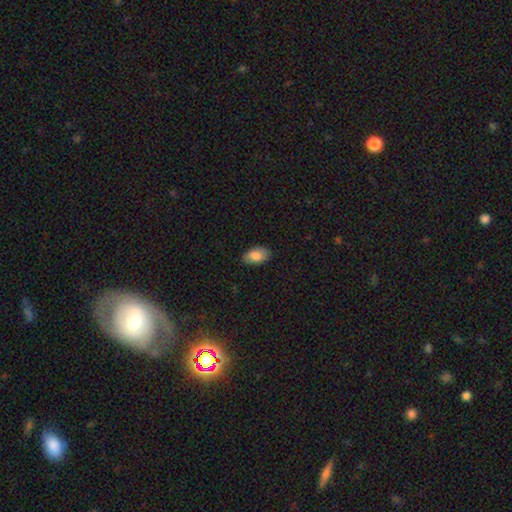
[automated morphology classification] type=smooth (83%); roundness=in between (93%); merging=none (84%).